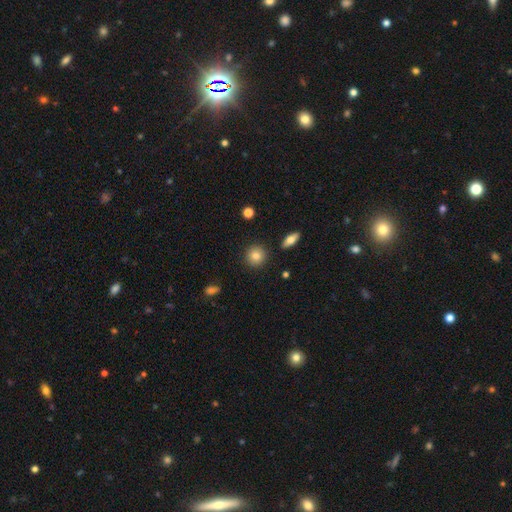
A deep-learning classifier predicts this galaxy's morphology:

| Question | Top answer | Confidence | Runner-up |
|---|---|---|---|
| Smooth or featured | smooth | 83% | star or artifact (9%) |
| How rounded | round | 89% | in between (10%) |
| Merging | none | 89% | minor disturbance (7%) |